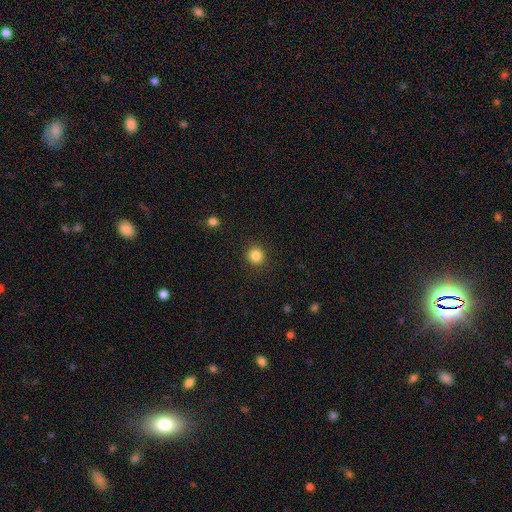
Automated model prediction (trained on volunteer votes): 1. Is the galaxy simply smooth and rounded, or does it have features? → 85% smooth, 11% star or artifact, 4% featured or disk.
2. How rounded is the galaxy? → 92% round, 7% in between, 1% cigar-shaped.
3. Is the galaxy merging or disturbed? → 91% none, 6% minor disturbance, 2% major disturbance, 1% merger.